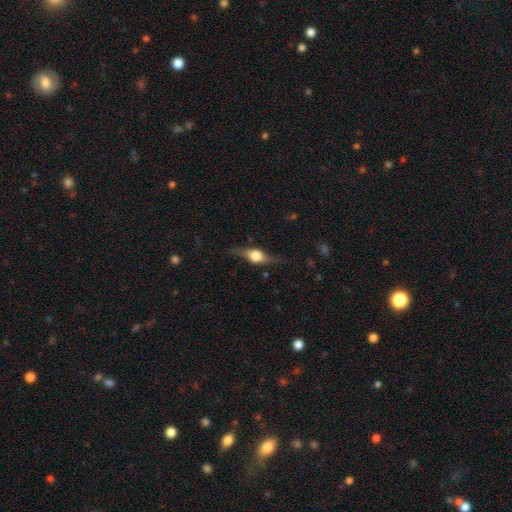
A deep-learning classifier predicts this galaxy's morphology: Q: Smooth or featured?
A: featured or disk (66%); runner-up: smooth (27%)
Q: Edge-on disk?
A: yes (89%); runner-up: no (11%)
Q: Edge-on bulge?
A: rounded (93%); runner-up: boxy (6%)
Q: Merging?
A: none (74%); runner-up: minor disturbance (18%)